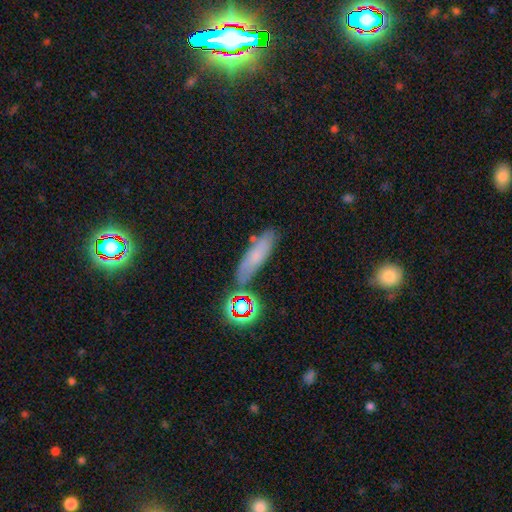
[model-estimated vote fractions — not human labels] The model was most divided on "how rounded": cigar-shaped: 53%, in between: 41%, round: 6%. More confident: merging — none (72%); smooth or featured — smooth (57%).